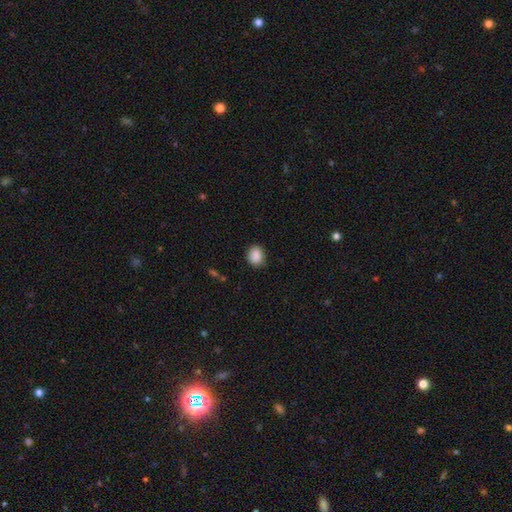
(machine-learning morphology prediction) Smooth or featured: smooth — 89% (star or artifact — 8%)
How rounded: round — 57% (in between — 42%)
Merging: none — 86% (minor disturbance — 10%)